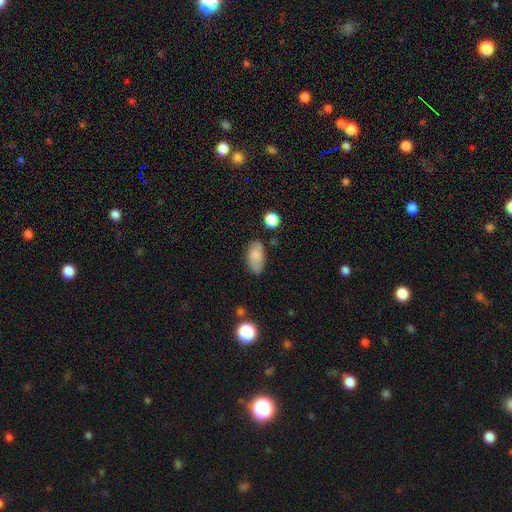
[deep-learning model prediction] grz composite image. It shows a smooth galaxy with no disk features (83%) that is in between round and cigar-shaped (92%). Merging: none (72%).